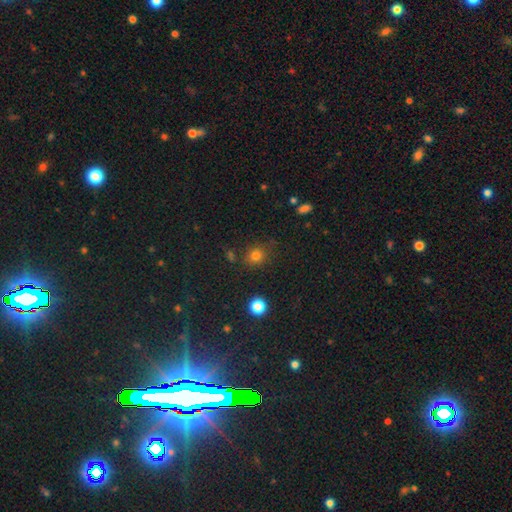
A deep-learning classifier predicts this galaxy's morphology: This appears to be a smooth galaxy with no disk features (77%) that is round (79%). Merging: none (79%).